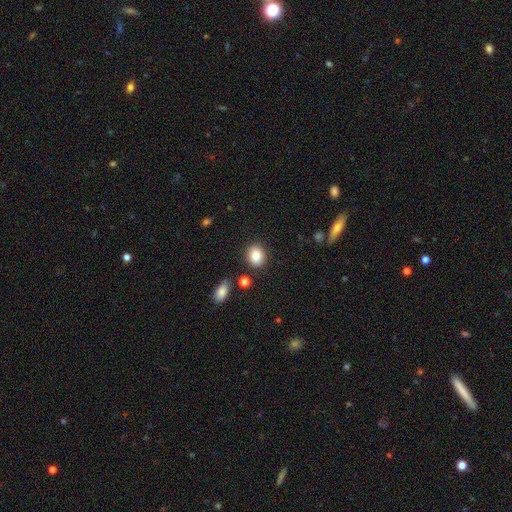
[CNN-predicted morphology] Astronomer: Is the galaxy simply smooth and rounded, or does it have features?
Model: smooth — 85%.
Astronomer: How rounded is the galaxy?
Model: round — 56% (runner-up: in between, 43%).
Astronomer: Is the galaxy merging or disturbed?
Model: none — 84%.